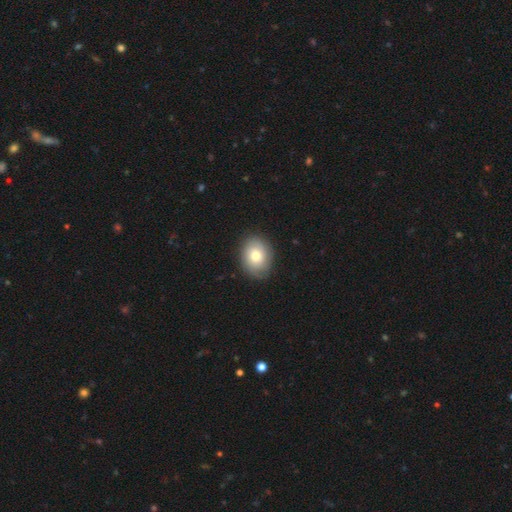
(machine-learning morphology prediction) Smooth or featured: smooth — 68% (featured or disk — 24%)
How rounded: in between — 55% (round — 44%)
Merging: none — 82% (minor disturbance — 14%)